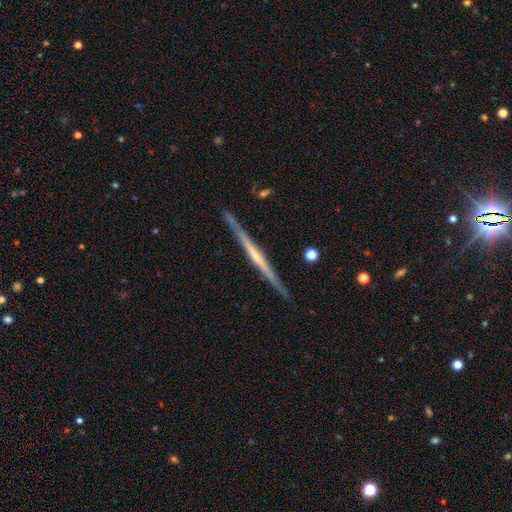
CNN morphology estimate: type=featured or disk (77%); edge-on=yes (98%); edge-on bulge=none (48%); merging=none (89%).